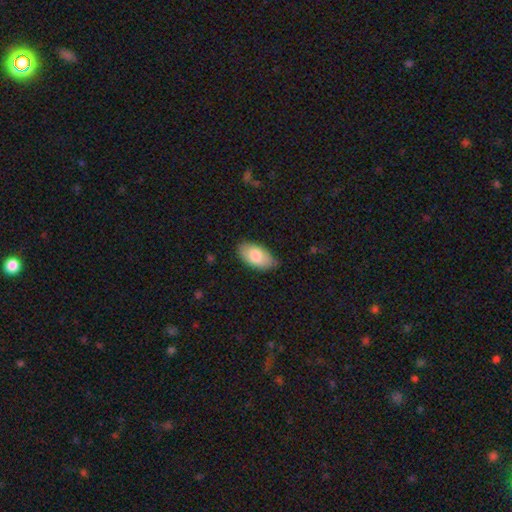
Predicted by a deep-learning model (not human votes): This appears to be a smooth galaxy with no disk features (80%) that is in between round and cigar-shaped (95%). Merging: none (80%).